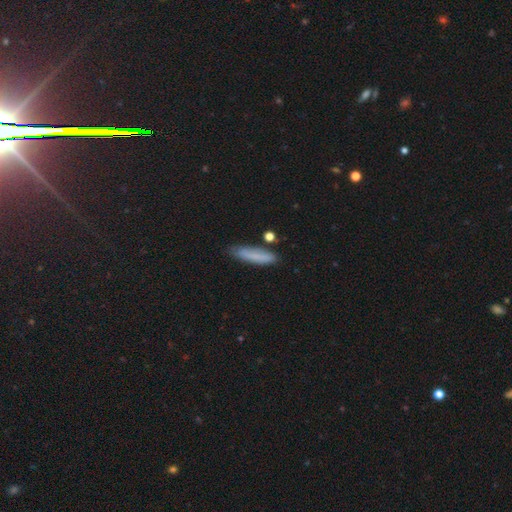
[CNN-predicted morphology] Smooth or featured: smooth — 77% (featured or disk — 15%)
How rounded: cigar-shaped — 82% (in between — 17%)
Merging: none — 77% (minor disturbance — 16%)